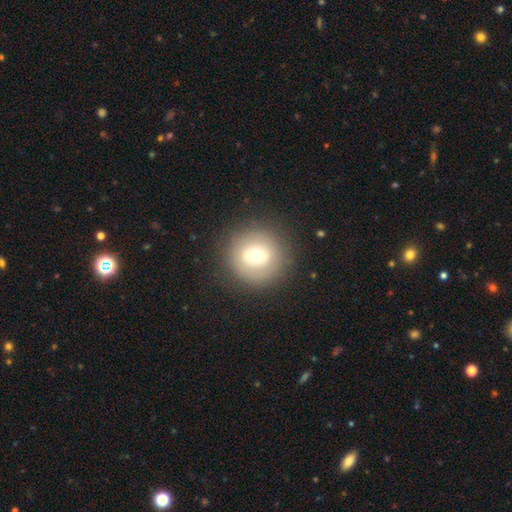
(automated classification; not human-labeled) A smooth galaxy with no disk features (63%) that is round (94%). Merging: none (87%).